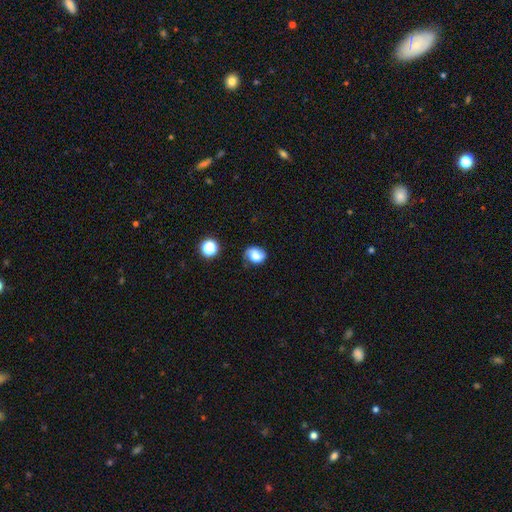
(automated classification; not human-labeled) Smooth or featured?
  - smooth: 77% *
  - featured or disk: 11%
  - star or artifact: 11%
How rounded?
  - in between: 57% *
  - round: 42%
  - cigar-shaped: 1%
Merging?
  - none: 60% *
  - minor disturbance: 29%
  - major disturbance: 8%
  - merger: 3%